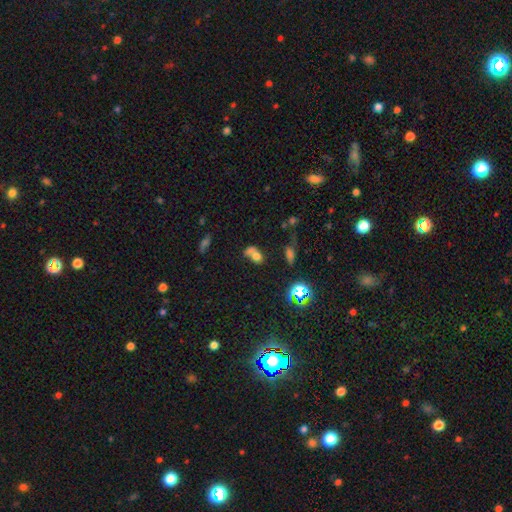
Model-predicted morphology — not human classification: smooth 64%, star or artifact 20%, featured or disk 16%. Down the decision tree: how rounded — in between (56%); merging — merger (59%).